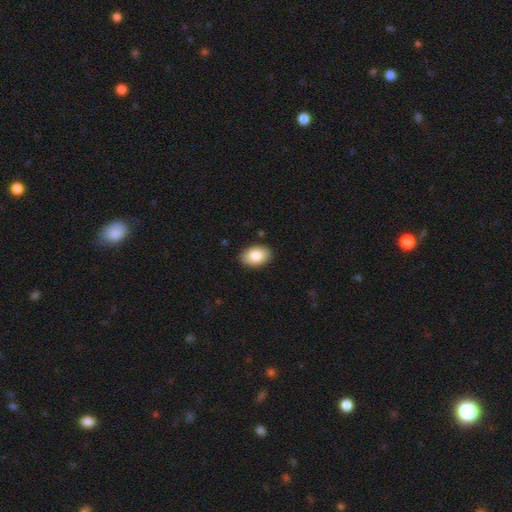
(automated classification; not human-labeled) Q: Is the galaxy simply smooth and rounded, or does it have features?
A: smooth — 85%.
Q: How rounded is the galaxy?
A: in between — 89%.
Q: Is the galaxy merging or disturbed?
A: none — 89%.